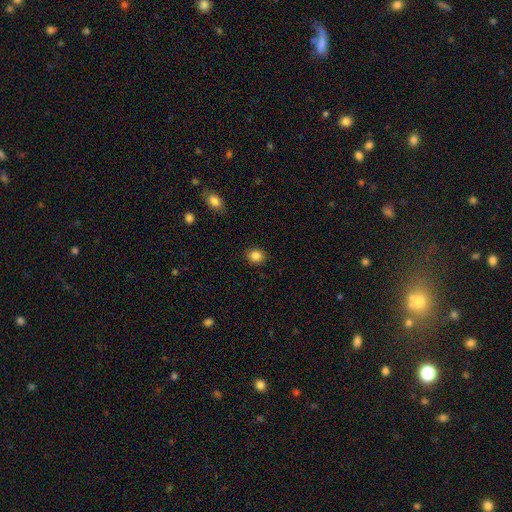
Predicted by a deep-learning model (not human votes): A smooth galaxy with no disk features (85%) that is round (71%). Merging: none (90%).